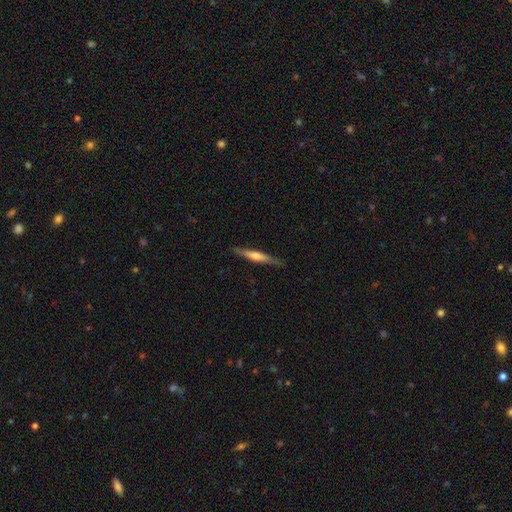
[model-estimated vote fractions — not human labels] Overall: featured or disk (52%; smooth 43%). Edge-on disk: yes (96%). Merging: none (87%).